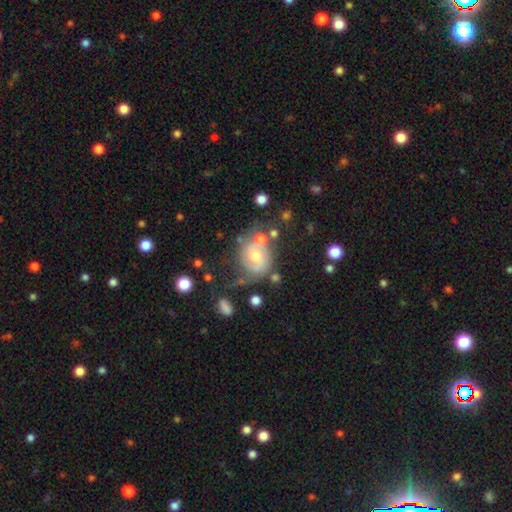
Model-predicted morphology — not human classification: featured or disk 51%, smooth 39%, star or artifact 10%. Down the decision tree: edge-on disk — no (96%); merging — none (45%).